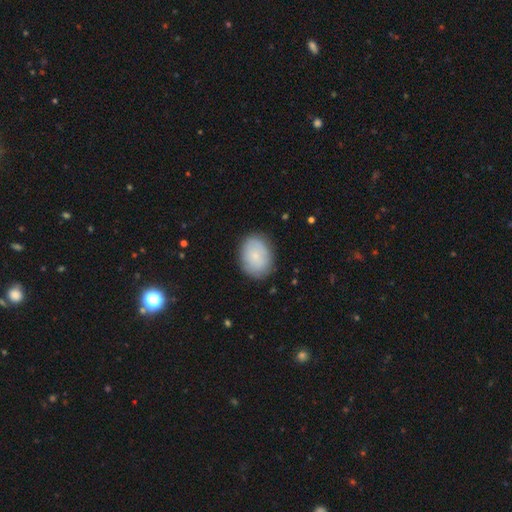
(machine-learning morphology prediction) This appears to be a smooth galaxy with no disk features (77%) that is in between round and cigar-shaped (70%). Merging: none (82%).